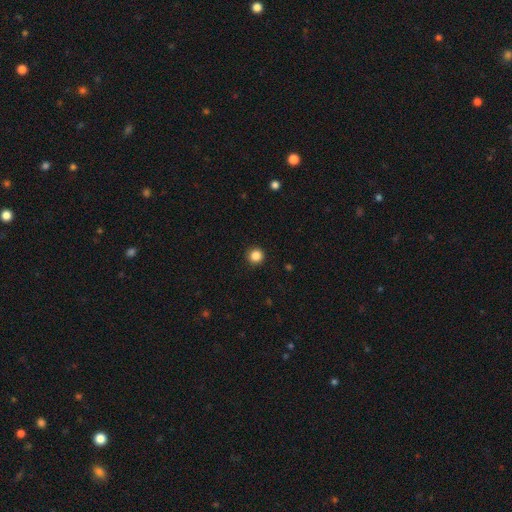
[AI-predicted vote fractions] The model was most divided on "smooth or featured": smooth: 85%, star or artifact: 12%, featured or disk: 3%. More confident: how rounded — round (96%); merging — none (93%).